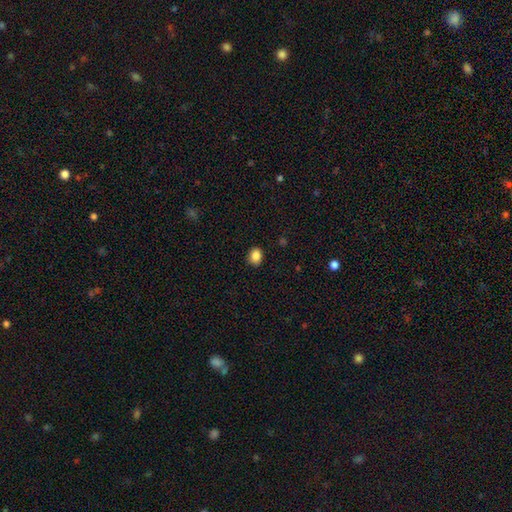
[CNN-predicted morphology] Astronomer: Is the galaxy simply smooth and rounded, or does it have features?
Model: smooth — 87%.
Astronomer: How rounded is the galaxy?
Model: in between — 56% (runner-up: round, 43%).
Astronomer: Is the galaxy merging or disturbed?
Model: none — 87%.